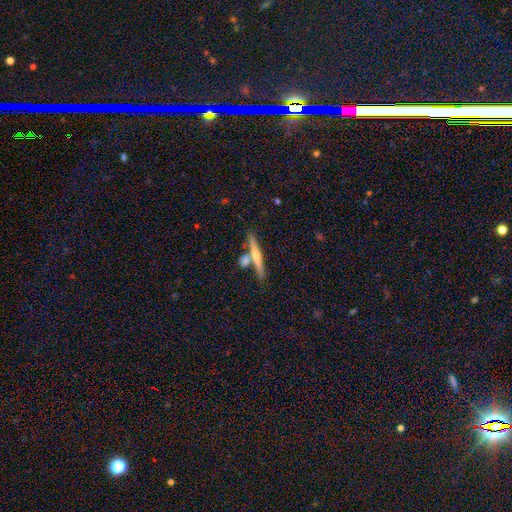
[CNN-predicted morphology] Overall: featured or disk (54%; smooth 39%). Edge-on disk: yes (95%). Edge-on bulge: rounded (72%). Merging: none (68%).